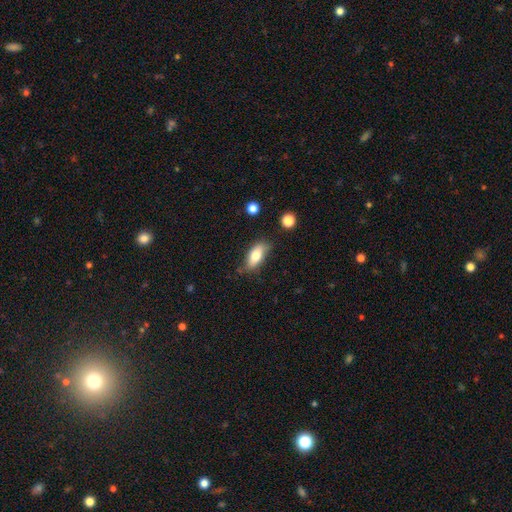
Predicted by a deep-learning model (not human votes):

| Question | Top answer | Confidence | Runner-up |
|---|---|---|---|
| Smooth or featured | smooth | 77% | featured or disk (16%) |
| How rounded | in between | 84% | cigar-shaped (13%) |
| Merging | none | 71% | minor disturbance (21%) |